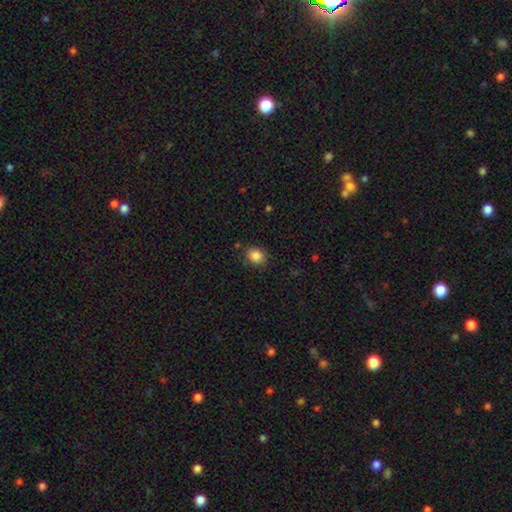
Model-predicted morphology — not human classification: This is clearly a smooth galaxy (86%). How rounded: likely round (62%). Merging: clearly none (82%).